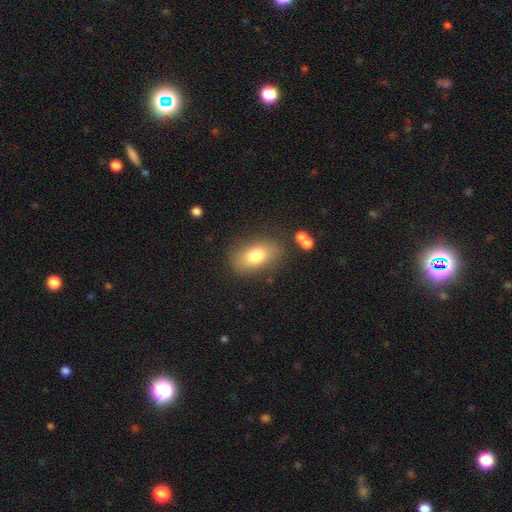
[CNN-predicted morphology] The model was most divided on "smooth or featured": smooth: 76%, featured or disk: 15%, star or artifact: 9%. More confident: how rounded — in between (86%); merging — none (80%).